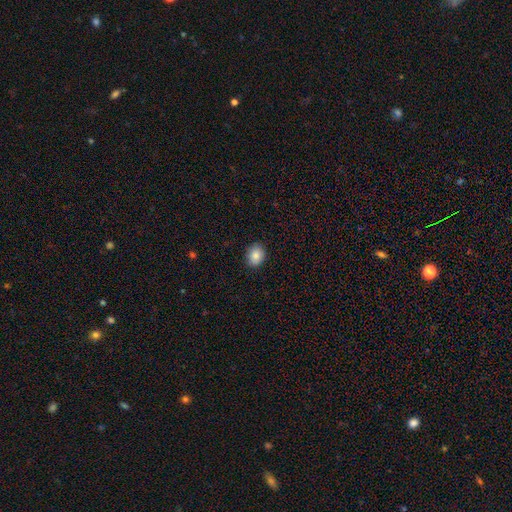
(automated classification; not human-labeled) Smooth or featured? smooth (86%)
How rounded? in between (58%)
Merging? none (88%)